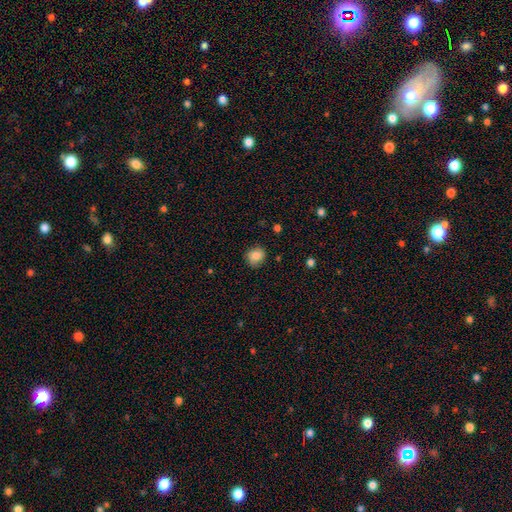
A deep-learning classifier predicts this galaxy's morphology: Smooth or featured: smooth — 82% (star or artifact — 9%)
How rounded: round — 78% (in between — 21%)
Merging: none — 84% (minor disturbance — 12%)